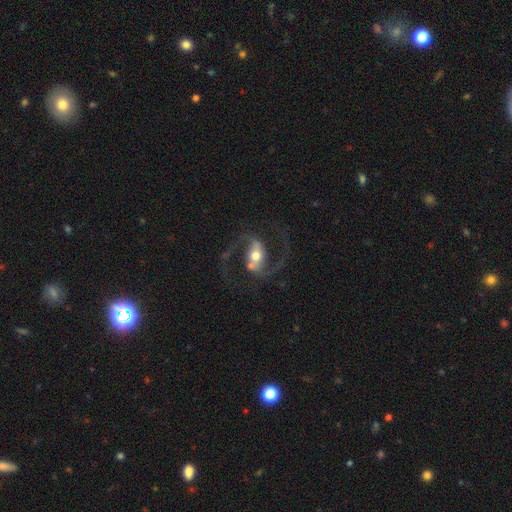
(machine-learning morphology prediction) This is clearly a featured or disk galaxy (90%). It is clearly not viewed edge-on (97%). Bar: possibly strong (46%). Spiral arm pattern: clearly yes (97%). Spiral arm count: clearly 2 (94%). Spiral winding: possibly medium (51%). Central bulge: likely moderate (67%). Merging: likely none (74%).